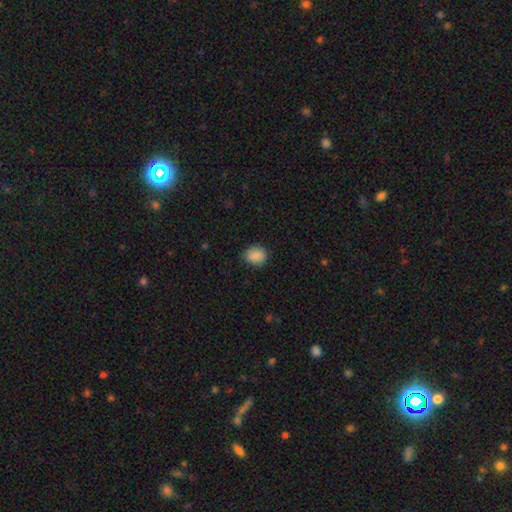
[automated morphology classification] smooth 88%, star or artifact 8%, featured or disk 4%. Down the decision tree: how rounded — round (65%); merging — none (85%).